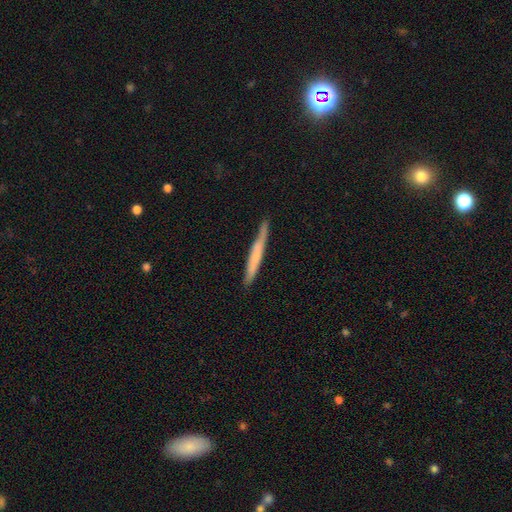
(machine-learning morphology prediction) smooth_or_featured: smooth (p=0.52) [alt: featured or disk p=0.42]
how_rounded: cigar-shaped (p=0.96) [alt: in between p=0.03]
merging: none (p=0.80) [alt: minor disturbance p=0.16]